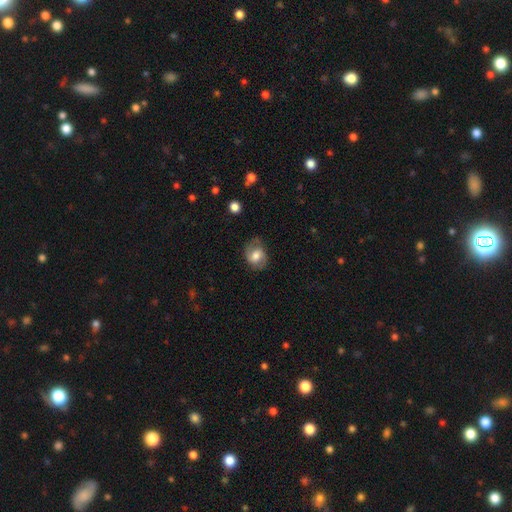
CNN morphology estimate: Smooth or featured? featured or disk (48%)
Merging? none (70%)